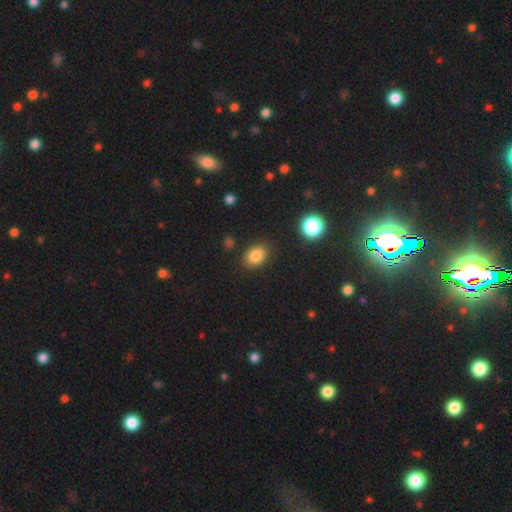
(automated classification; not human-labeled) Overall: smooth (84%). How rounded: in between (68%; round 31%). Merging: none (85%).